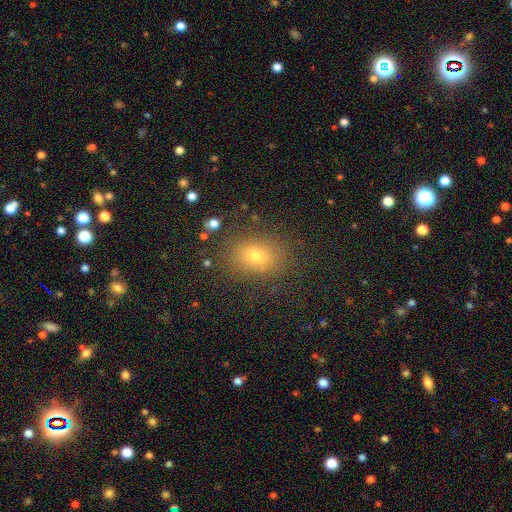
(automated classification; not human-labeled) Morphology: type=smooth (73%); roundness=in between (70%); merging=none (83%).